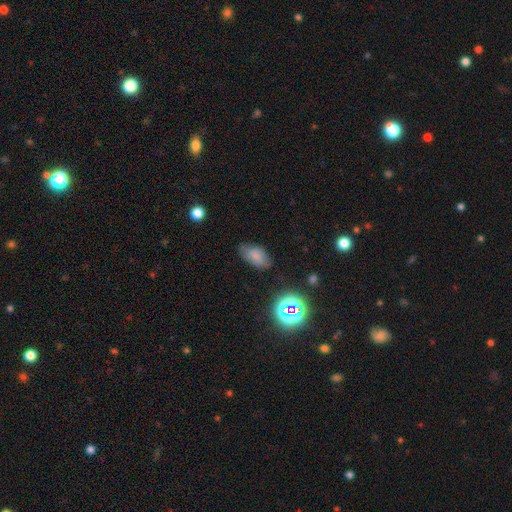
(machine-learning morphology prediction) Q: Smooth or featured?
A: smooth (74%); runner-up: star or artifact (13%)
Q: How rounded?
A: in between (92%); runner-up: round (5%)
Q: Merging?
A: none (71%); runner-up: minor disturbance (21%)